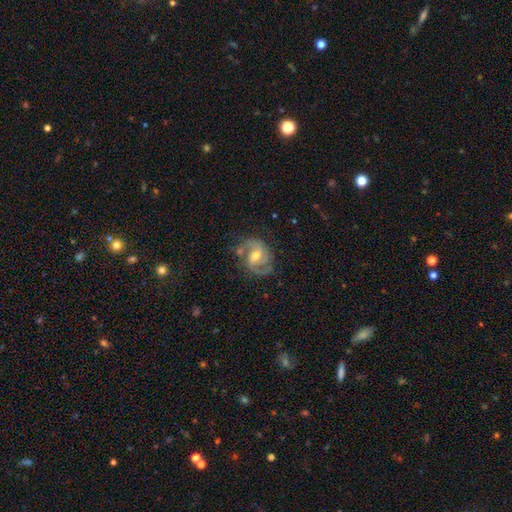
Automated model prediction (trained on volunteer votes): A featured or disk galaxy (86%) with a weak bar (53%), 2 (84%) medium (55%) spiral arms (96%) and a moderate central bulge (60%).

Vote fractions:
- Smooth or featured? featured or disk: 86% / smooth: 8% / star or artifact: 6%
- Edge-on disk? no: 98% / yes: 2%
- Bar? weak: 53% / no: 26% / strong: 21%
- Spiral arms? yes: 96% / no: 4%
- Spiral winding? medium: 55% / tight: 27% / loose: 18%
- Spiral arm count? 2: 84% / 3: 6% / can't tell: 5% / 1: 2% / 4: 1% / more than 4: 1%
- Bulge size? moderate: 60% / small: 35% / large: 3% / none: 2% / dominant: 1%
- Merging? none: 69% / minor disturbance: 19% / major disturbance: 8% / merger: 4%